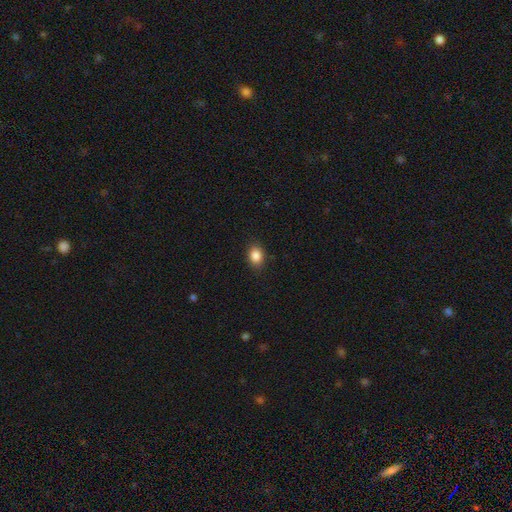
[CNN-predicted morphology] smooth-or-featured: smooth: 86% | star or artifact: 9% | featured or disk: 5%
  how-rounded: in between: 63% | round: 36% | cigar-shaped: 1%
  merging: none: 87% | minor disturbance: 10% | major disturbance: 2% | merger: 1%